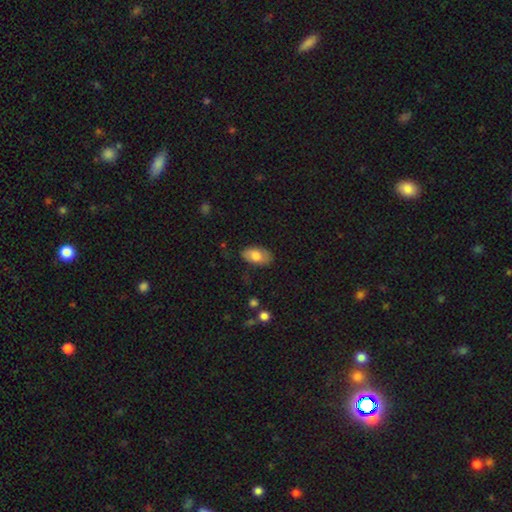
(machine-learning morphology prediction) Smooth or featured?
  - smooth: 75% *
  - featured or disk: 18%
  - star or artifact: 7%
How rounded?
  - in between: 93% *
  - round: 4%
  - cigar-shaped: 2%
Merging?
  - none: 78% *
  - minor disturbance: 17%
  - major disturbance: 4%
  - merger: 1%